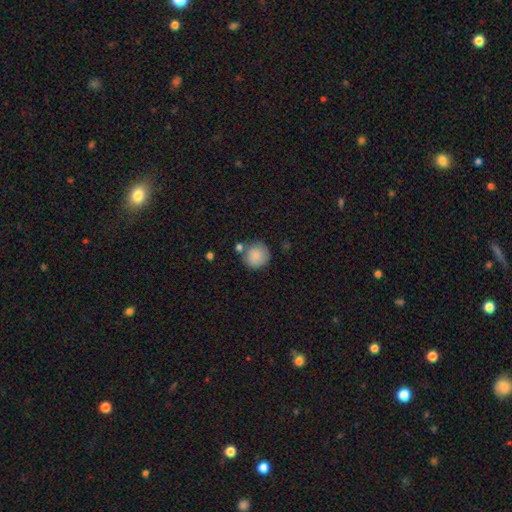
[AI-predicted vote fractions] Morphology: type=smooth (87%); roundness=round (92%); merging=none (69%).